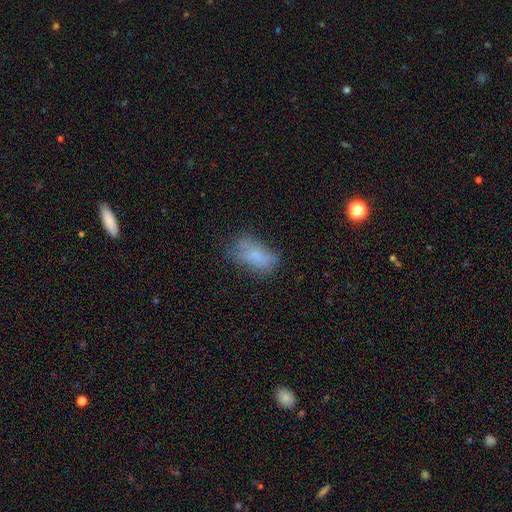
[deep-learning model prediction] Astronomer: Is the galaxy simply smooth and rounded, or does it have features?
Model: smooth — 67%.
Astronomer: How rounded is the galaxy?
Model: in between — 89%.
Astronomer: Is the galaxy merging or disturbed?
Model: none — 47% (runner-up: minor disturbance, 29%).